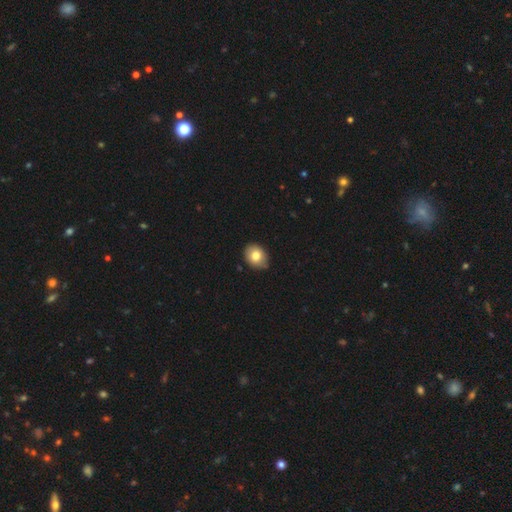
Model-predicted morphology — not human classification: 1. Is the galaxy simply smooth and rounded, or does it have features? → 80% smooth, 12% featured or disk, 8% star or artifact.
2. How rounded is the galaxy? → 58% in between, 41% round, 1% cigar-shaped.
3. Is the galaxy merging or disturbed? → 83% none, 14% minor disturbance, 2% major disturbance, 1% merger.